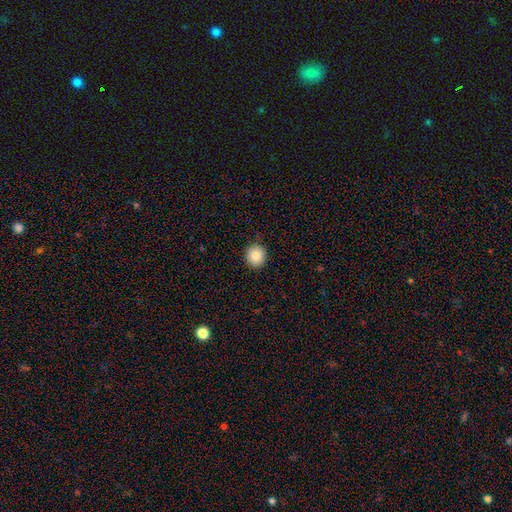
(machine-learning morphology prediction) Q: Smooth or featured?
A: smooth (87%); runner-up: star or artifact (9%)
Q: How rounded?
A: round (89%); runner-up: in between (10%)
Q: Merging?
A: none (90%); runner-up: minor disturbance (7%)